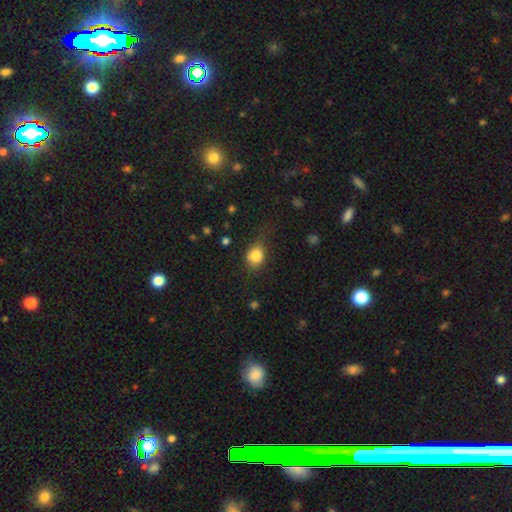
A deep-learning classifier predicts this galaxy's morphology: This appears to be a smooth galaxy with no disk features (81%) that is round (62%). Merging: none (56%).